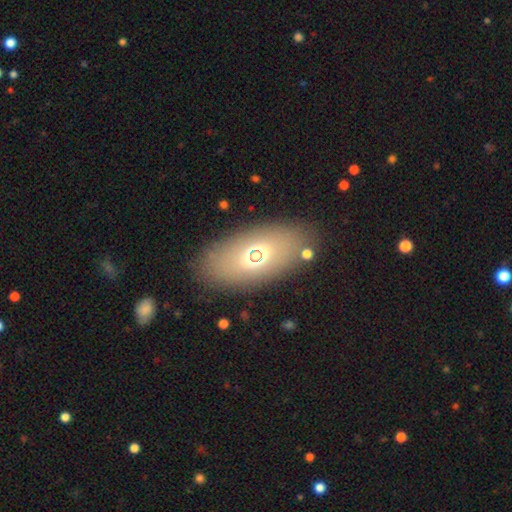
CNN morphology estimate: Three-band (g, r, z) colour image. It shows a smooth galaxy with no disk features (61%) that is in between round and cigar-shaped (86%). Merging: none (82%).